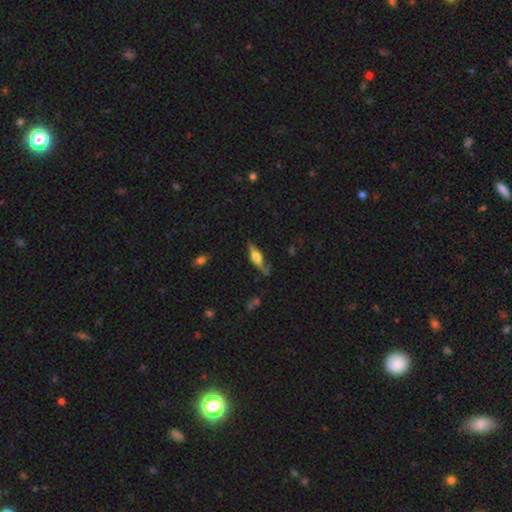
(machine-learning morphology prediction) A featured or disk galaxy (62%) viewed edge-on (92%) with a rounded central bulge (86%).

Vote fractions:
- Smooth or featured? featured or disk: 62% / smooth: 31% / star or artifact: 7%
- Edge-on disk? yes: 92% / no: 8%
- Edge-on bulge? rounded: 86% / boxy: 11% / none: 2%
- Merging? none: 73% / minor disturbance: 19% / major disturbance: 5% / merger: 3%